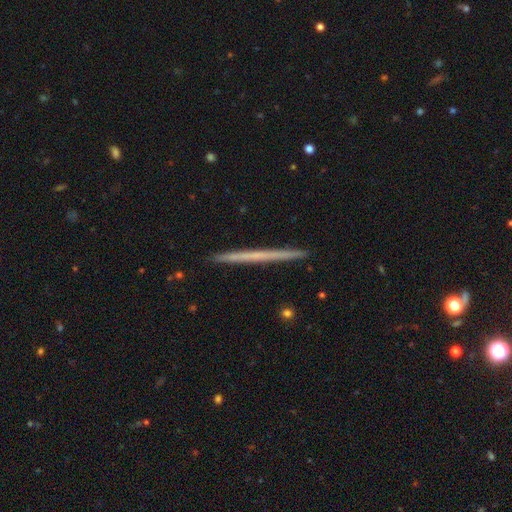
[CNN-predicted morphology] A featured or disk galaxy (56%) viewed edge-on (98%) with no central bulge (88%).

Vote fractions:
- Smooth or featured? featured or disk: 56% / smooth: 38% / star or artifact: 6%
- Edge-on disk? yes: 98% / no: 2%
- Edge-on bulge? none: 88% / rounded: 9% / boxy: 3%
- Merging? none: 92% / minor disturbance: 6% / major disturbance: 1% / merger: 1%